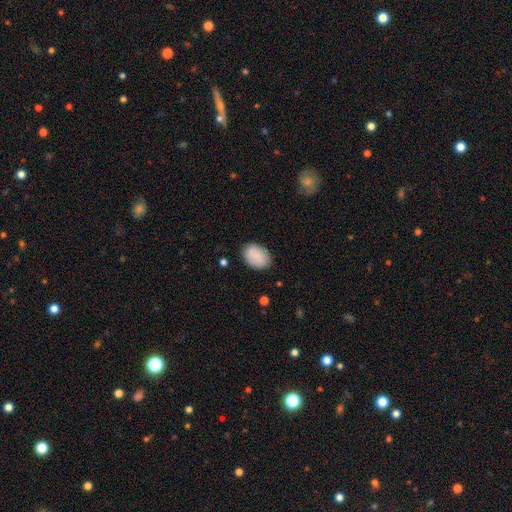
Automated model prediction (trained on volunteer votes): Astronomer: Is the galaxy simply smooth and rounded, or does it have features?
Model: smooth — 85%.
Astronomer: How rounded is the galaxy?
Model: in between — 84%.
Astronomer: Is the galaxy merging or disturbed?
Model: none — 84%.